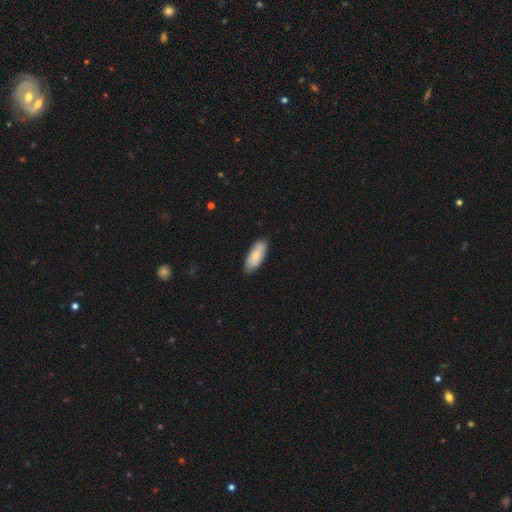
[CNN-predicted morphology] A smooth galaxy with no disk features (76%) that is in between round and cigar-shaped (78%).

Vote fractions:
- Smooth or featured? smooth: 76% / featured or disk: 19% / star or artifact: 6%
- How rounded? in between: 78% / cigar-shaped: 20% / round: 2%
- Merging? none: 82% / minor disturbance: 15% / major disturbance: 2% / merger: 1%